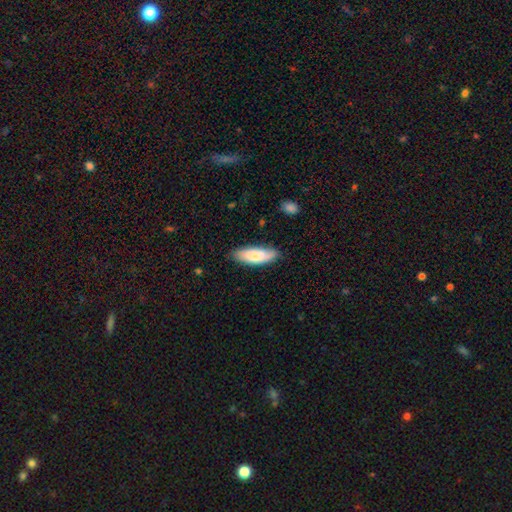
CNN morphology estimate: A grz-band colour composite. It shows a smooth galaxy with no disk features (74%) that is in between round and cigar-shaped (68%). Merging: none (77%).